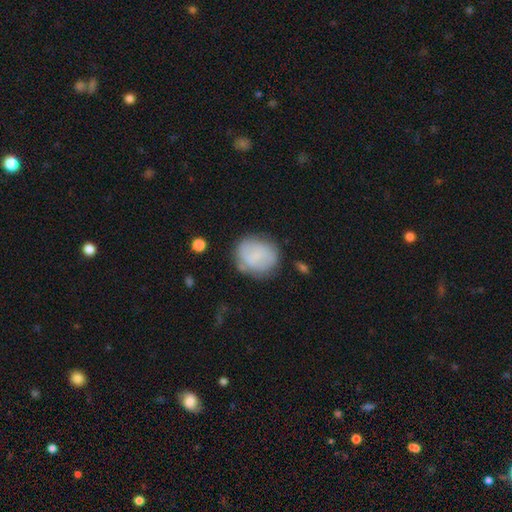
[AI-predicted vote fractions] Smooth or featured?
  - smooth: 73% *
  - featured or disk: 19%
  - star or artifact: 8%
How rounded?
  - round: 76% *
  - in between: 23%
  - cigar-shaped: 1%
Merging?
  - none: 67% *
  - minor disturbance: 21%
  - major disturbance: 8%
  - merger: 4%